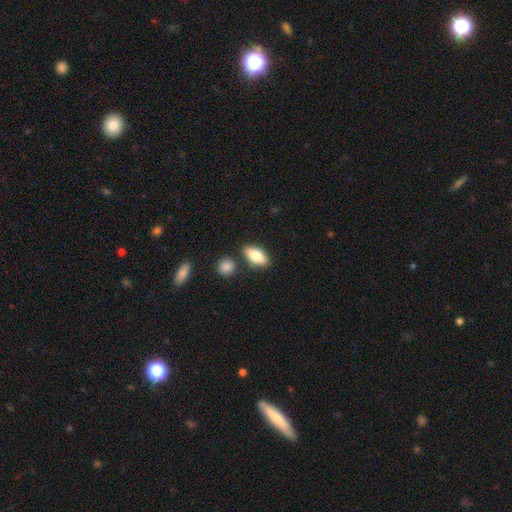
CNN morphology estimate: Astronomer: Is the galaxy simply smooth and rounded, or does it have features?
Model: smooth — 77%.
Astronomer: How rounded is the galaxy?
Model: in between — 86%.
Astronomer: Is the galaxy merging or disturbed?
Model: none — 78%.